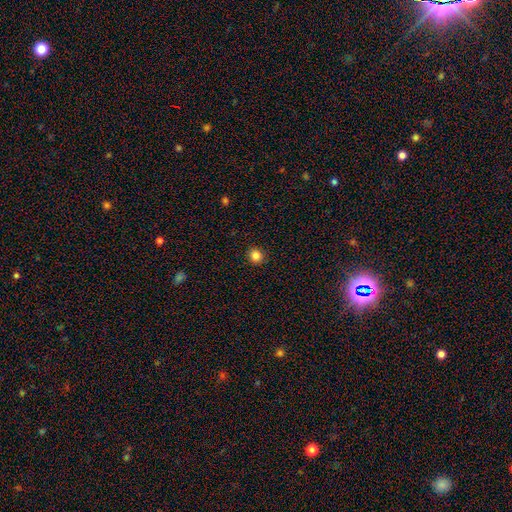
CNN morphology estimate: This appears to be a smooth galaxy with no disk features (84%) that is round (90%). Merging: none (92%).